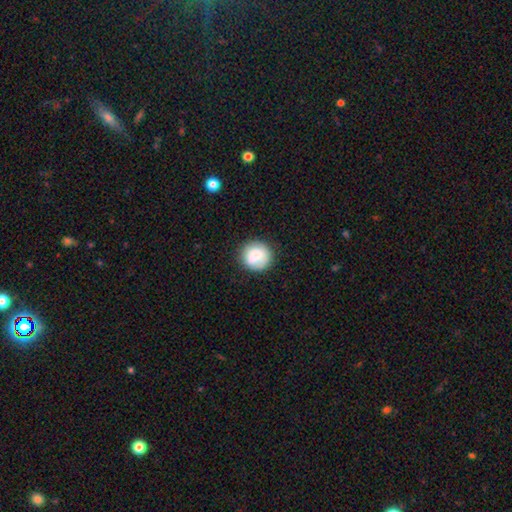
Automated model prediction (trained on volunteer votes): Smooth or featured? smooth (82%)
How rounded? round (91%)
Merging? none (80%)